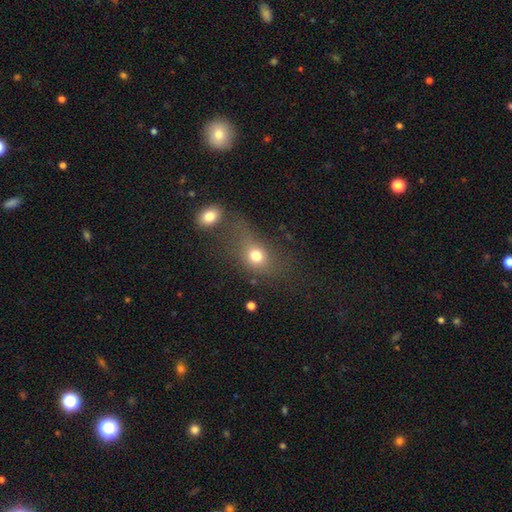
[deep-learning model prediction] smooth 73%, star or artifact 14%, featured or disk 13%. Down the decision tree: how rounded — round (48%, tied with in between); merging — none (41%).